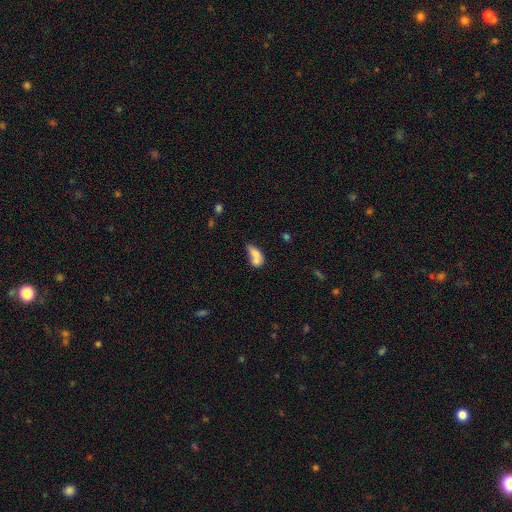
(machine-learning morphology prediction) smooth_or_featured: smooth (p=0.70) [alt: featured or disk p=0.21]
how_rounded: in between (p=0.78) [alt: round p=0.12]
merging: merger (p=0.60) [alt: none p=0.19]